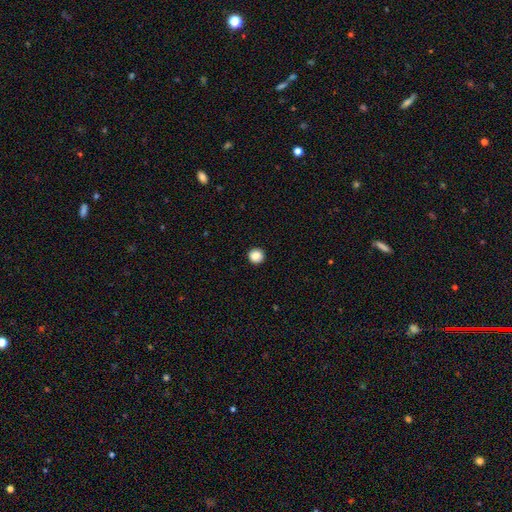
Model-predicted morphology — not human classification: Q: Smooth or featured?
A: smooth (87%); runner-up: star or artifact (9%)
Q: How rounded?
A: round (96%); runner-up: in between (3%)
Q: Merging?
A: none (94%); runner-up: minor disturbance (4%)